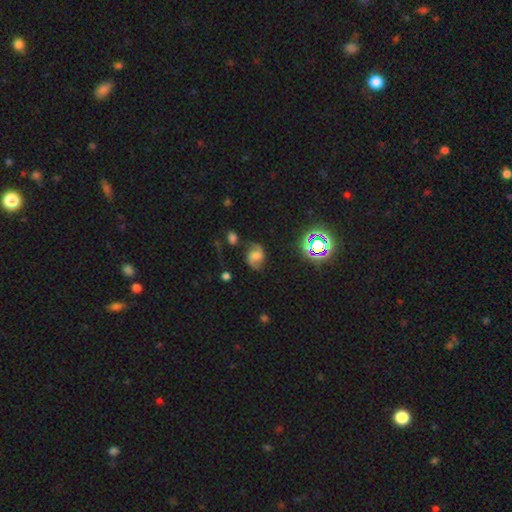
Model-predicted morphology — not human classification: Q: Smooth or featured?
A: featured or disk (69%); runner-up: smooth (17%)
Q: Edge-on disk?
A: no (98%); runner-up: yes (2%)
Q: Bar?
A: no (47%); runner-up: weak (41%)
Q: Spiral arms?
A: yes (95%); runner-up: no (5%)
Q: Spiral winding?
A: medium (46%); runner-up: loose (41%)
Q: Spiral arm count?
A: 2 (91%); runner-up: can't tell (4%)
Q: Bulge size?
A: moderate (33%); runner-up: none (26%)
Q: Merging?
A: none (70%); runner-up: minor disturbance (18%)